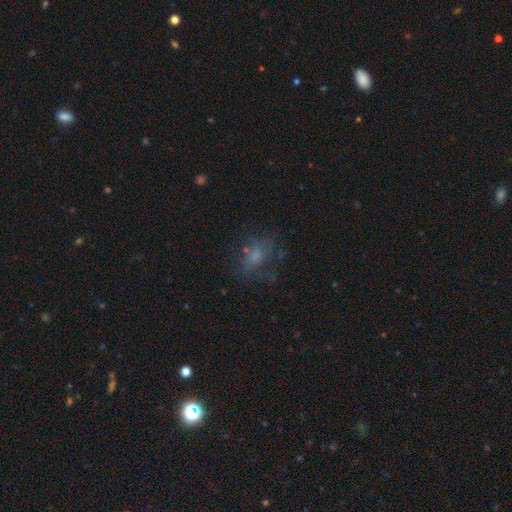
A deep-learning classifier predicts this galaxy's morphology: Overall: smooth (49%; featured or disk 31%). Merging: none (53%; major disturbance 23%).